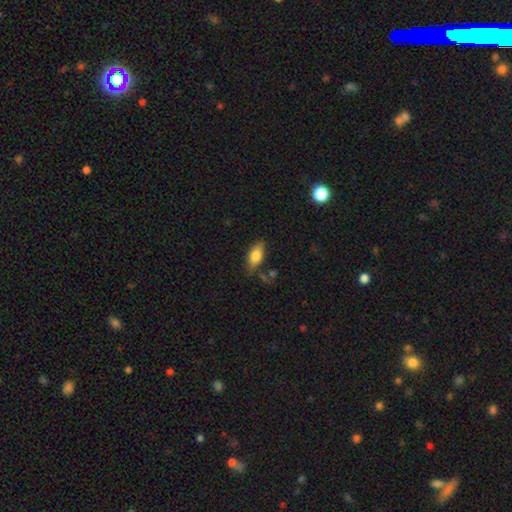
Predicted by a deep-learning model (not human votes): A smooth galaxy with no disk features (81%) that is in between round and cigar-shaped (88%).

Vote fractions:
- Smooth or featured? smooth: 81% / featured or disk: 12% / star or artifact: 7%
- How rounded? in between: 88% / cigar-shaped: 8% / round: 4%
- Merging? none: 72% / minor disturbance: 19% / merger: 5% / major disturbance: 5%